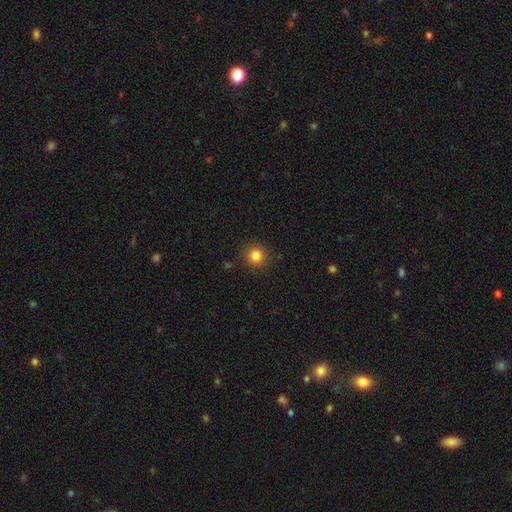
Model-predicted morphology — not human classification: smooth-or-featured: smooth: 83% | star or artifact: 12% | featured or disk: 5%
  how-rounded: round: 92% | in between: 7% | cigar-shaped: 1%
  merging: none: 90% | minor disturbance: 7% | major disturbance: 2% | merger: 1%